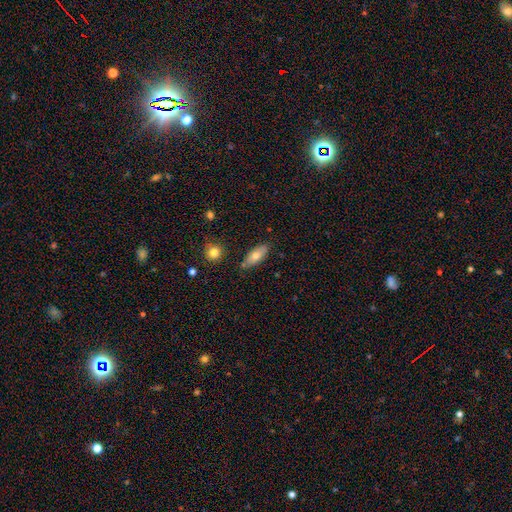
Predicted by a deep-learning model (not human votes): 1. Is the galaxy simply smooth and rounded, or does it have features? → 69% smooth, 23% featured or disk, 7% star or artifact.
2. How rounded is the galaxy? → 78% in between, 18% cigar-shaped, 3% round.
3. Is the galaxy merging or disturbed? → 79% none, 14% minor disturbance, 4% merger, 3% major disturbance.